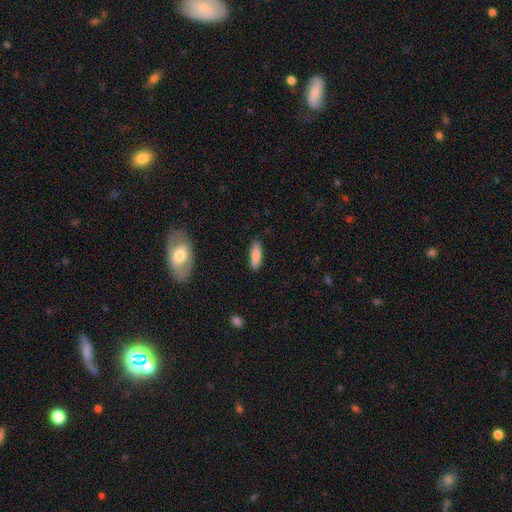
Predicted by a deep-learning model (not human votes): This appears to be a smooth galaxy with no disk features (85%) that is cigar-shaped (49%, tied with in between). Merging: none (86%).